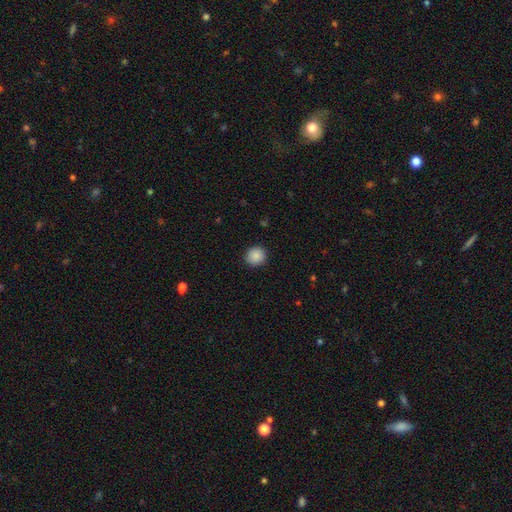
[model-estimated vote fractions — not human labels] This is clearly a smooth galaxy (88%). How rounded: clearly round (91%). Merging: clearly none (91%).